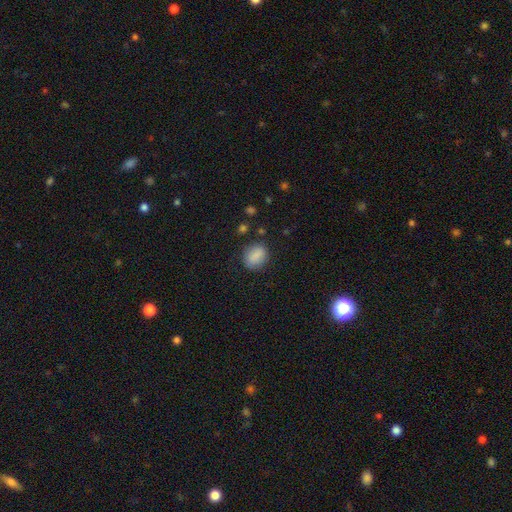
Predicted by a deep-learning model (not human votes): smooth-or-featured: smooth: 84% | star or artifact: 8% | featured or disk: 8%
  how-rounded: in between: 51% | round: 47% | cigar-shaped: 2%
  merging: none: 78% | minor disturbance: 15% | major disturbance: 5% | merger: 2%